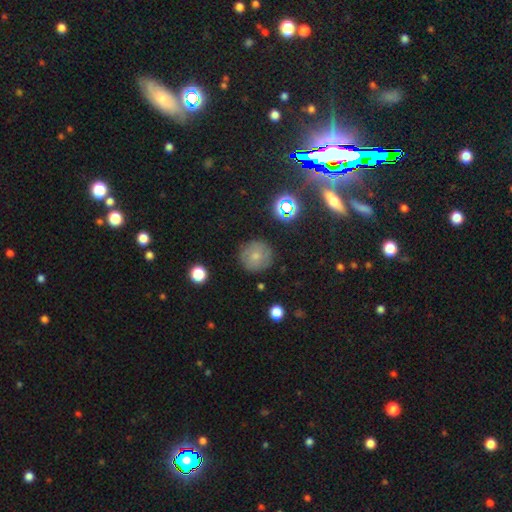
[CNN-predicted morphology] Q: Smooth or featured?
A: smooth (68%); runner-up: featured or disk (18%)
Q: How rounded?
A: round (94%); runner-up: in between (5%)
Q: Merging?
A: none (84%); runner-up: minor disturbance (11%)